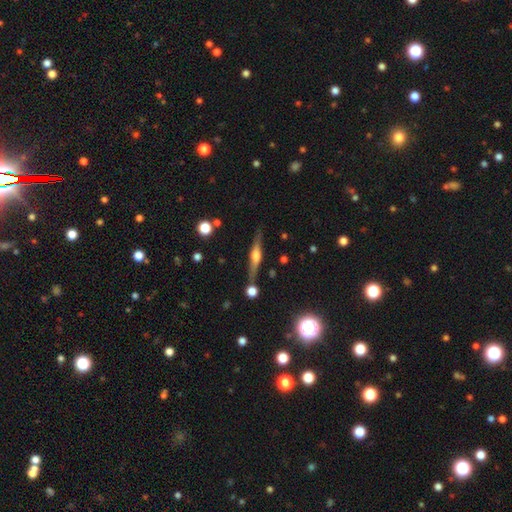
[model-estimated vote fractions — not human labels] smooth-or-featured: featured or disk: 69% | smooth: 24% | star or artifact: 7%
  disk-edge-on: yes: 96% | no: 4%
    edge-on-bulge: rounded: 83% | boxy: 12% | none: 5%
  merging: none: 81% | minor disturbance: 11% | merger: 5% | major disturbance: 3%